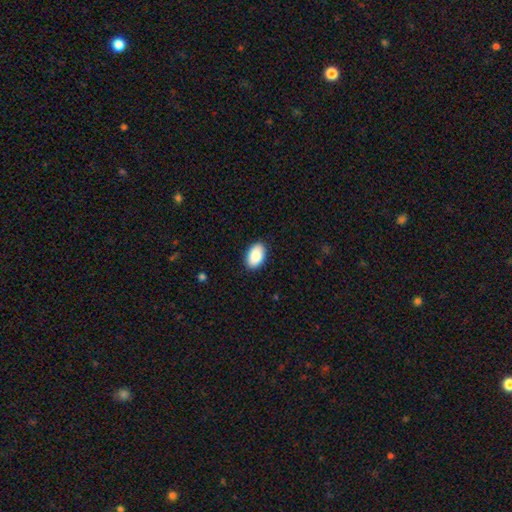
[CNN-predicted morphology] smooth_or_featured: smooth (p=0.90) [alt: star or artifact p=0.06]
how_rounded: in between (p=0.92) [alt: round p=0.07]
merging: none (p=0.89) [alt: minor disturbance p=0.08]